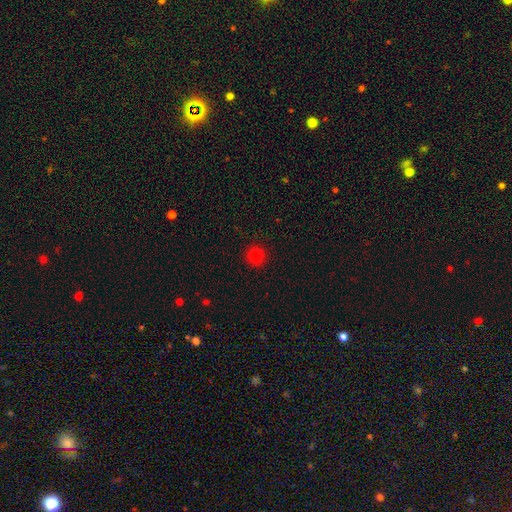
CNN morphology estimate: This appears to be a smooth galaxy with no disk features (80%) that is round (94%). Merging: none (91%).